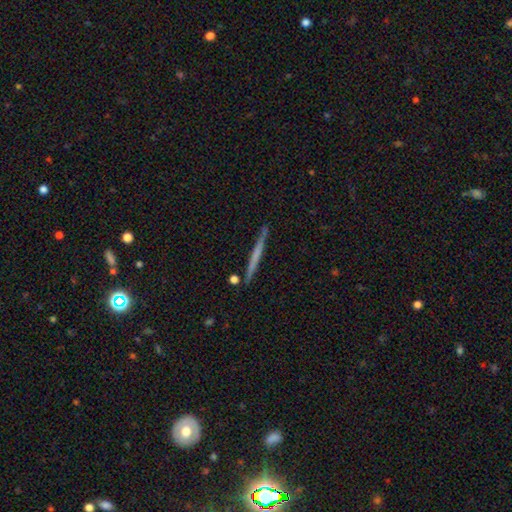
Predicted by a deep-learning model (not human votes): Q: Smooth or featured?
A: featured or disk (48%); runner-up: smooth (46%)
Q: Merging?
A: none (90%); runner-up: minor disturbance (7%)